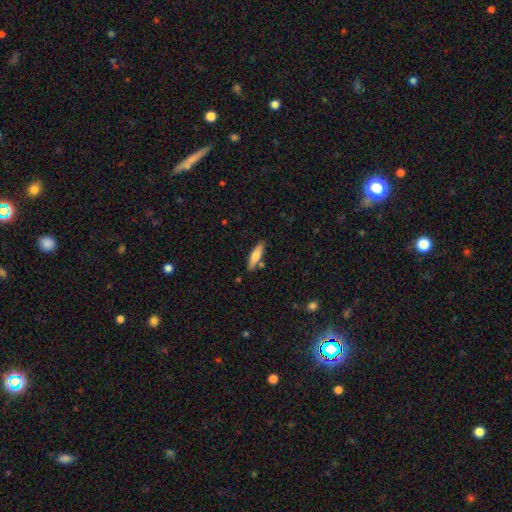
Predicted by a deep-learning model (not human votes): The model was most divided on "how rounded": cigar-shaped: 64%, in between: 34%, round: 2%. More confident: merging — none (80%); smooth or featured — smooth (70%).